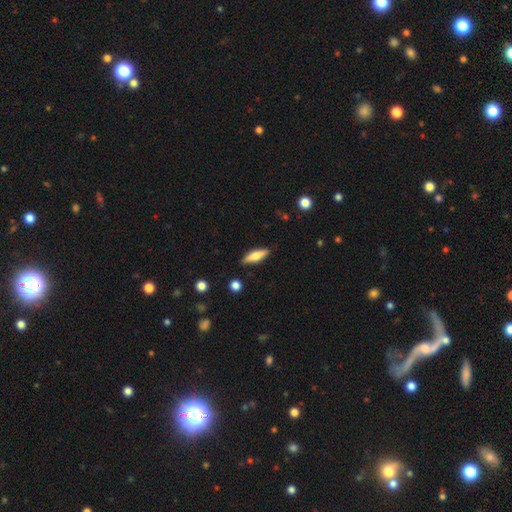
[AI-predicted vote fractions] This is likely a smooth galaxy (63%). How rounded: possibly cigar-shaped (58%). Merging: clearly none (86%).